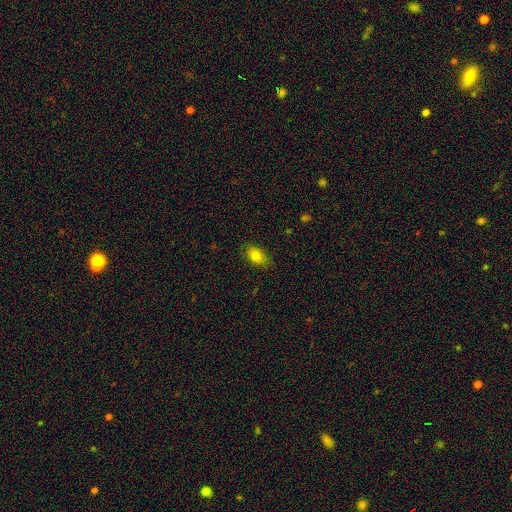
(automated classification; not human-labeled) This appears to be a smooth galaxy with no disk features (83%) that is in between round and cigar-shaped (87%). Merging: none (82%).